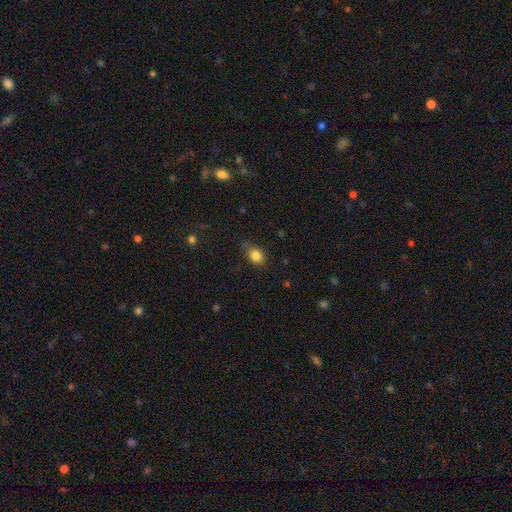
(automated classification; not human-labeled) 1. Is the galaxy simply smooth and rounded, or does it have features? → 84% smooth, 10% star or artifact, 6% featured or disk.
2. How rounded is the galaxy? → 60% in between, 39% round, 1% cigar-shaped.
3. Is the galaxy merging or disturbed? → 76% none, 18% minor disturbance, 4% major disturbance, 2% merger.